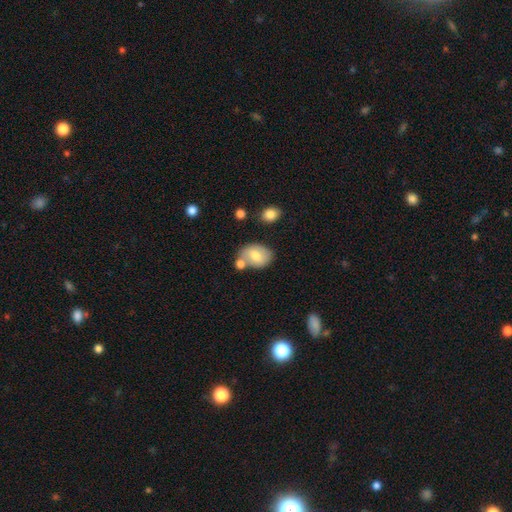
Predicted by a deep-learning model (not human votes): The model was most divided on "merging": none: 58%, merger: 21%, minor disturbance: 17%, major disturbance: 4%. More confident: smooth or featured — smooth (71%); how rounded — in between (70%).